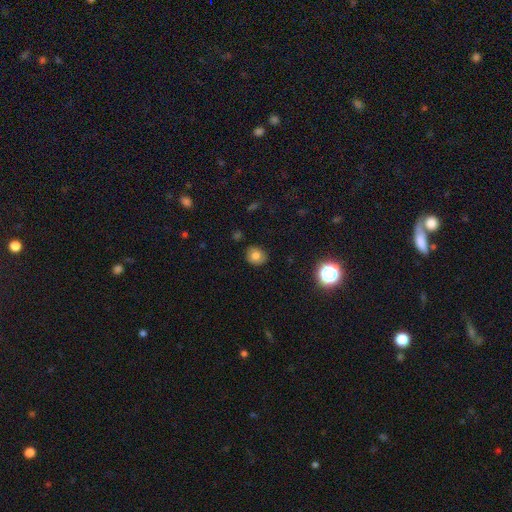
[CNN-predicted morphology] Smooth or featured? Predicted: smooth (p=0.77). How rounded? Predicted: round (p=0.66). Merging? Predicted: none (p=0.83).